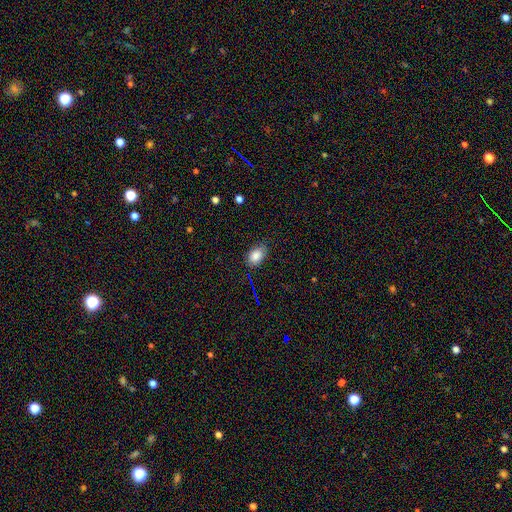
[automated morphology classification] type=smooth (83%); roundness=in between (85%); merging=none (75%).